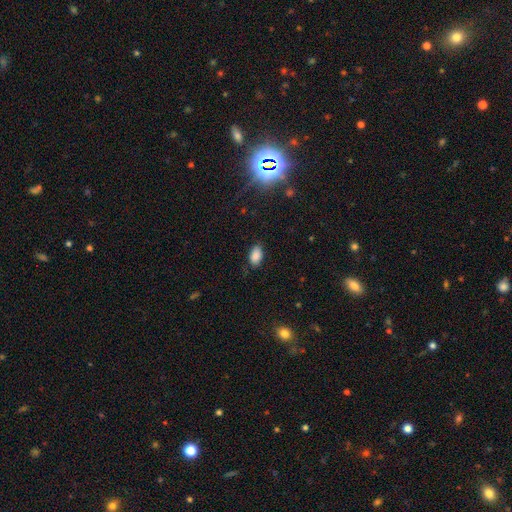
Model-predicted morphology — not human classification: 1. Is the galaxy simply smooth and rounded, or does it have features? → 86% smooth, 9% star or artifact, 5% featured or disk.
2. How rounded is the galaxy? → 93% in between, 6% round, 2% cigar-shaped.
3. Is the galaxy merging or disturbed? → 78% none, 17% minor disturbance, 4% major disturbance, 1% merger.